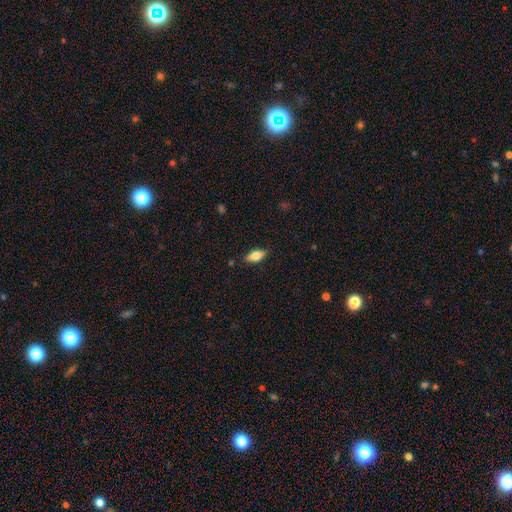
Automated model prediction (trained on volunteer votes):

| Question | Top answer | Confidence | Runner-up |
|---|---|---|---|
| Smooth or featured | smooth | 76% | featured or disk (17%) |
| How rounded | in between | 85% | cigar-shaped (12%) |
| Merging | none | 86% | minor disturbance (11%) |